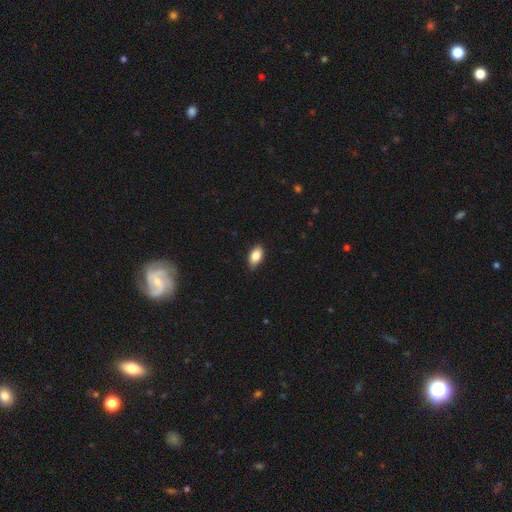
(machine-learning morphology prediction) Q: Smooth or featured?
A: smooth (84%); runner-up: featured or disk (9%)
Q: How rounded?
A: in between (91%); runner-up: round (5%)
Q: Merging?
A: none (84%); runner-up: minor disturbance (13%)